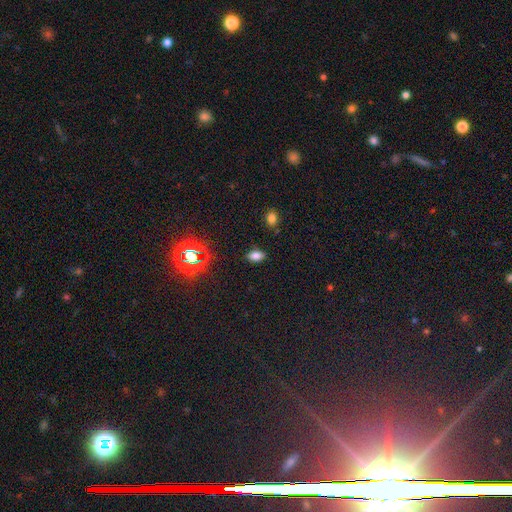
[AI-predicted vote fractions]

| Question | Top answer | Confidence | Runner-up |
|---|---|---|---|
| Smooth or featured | smooth | 74% | star or artifact (20%) |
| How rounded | in between | 88% | round (9%) |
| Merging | none | 87% | minor disturbance (9%) |